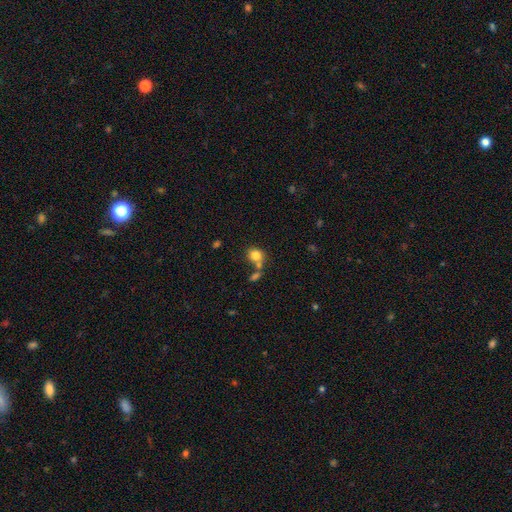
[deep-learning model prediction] A smooth galaxy with no disk features (81%) that is round (70%). Merging: none (55%).